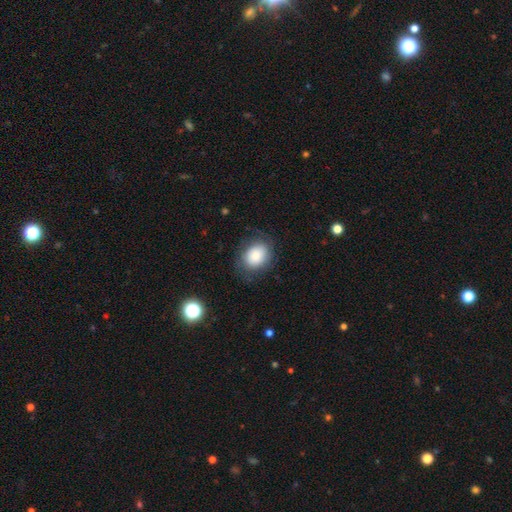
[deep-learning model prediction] Smooth or featured? Predicted: smooth (p=0.82). How rounded? Predicted: in between (p=0.56). Merging? Predicted: none (p=0.74).